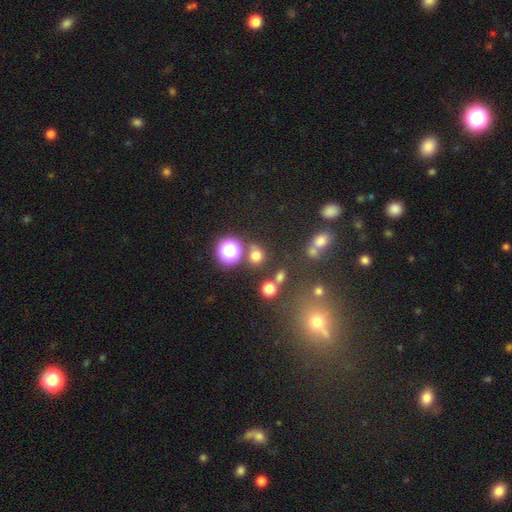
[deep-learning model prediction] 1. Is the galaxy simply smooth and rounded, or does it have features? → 68% smooth, 25% star or artifact, 7% featured or disk.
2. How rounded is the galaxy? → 81% round, 18% in between, 1% cigar-shaped.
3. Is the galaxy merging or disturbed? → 73% none, 13% merger, 10% minor disturbance, 5% major disturbance.